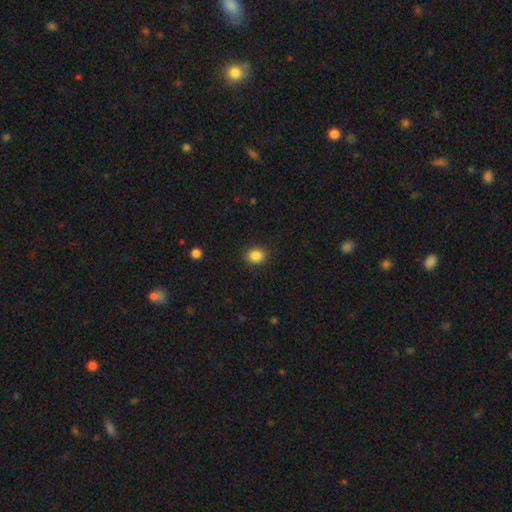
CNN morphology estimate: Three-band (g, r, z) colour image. It shows a smooth galaxy with no disk features (87%) that is round (64%). Merging: none (89%).